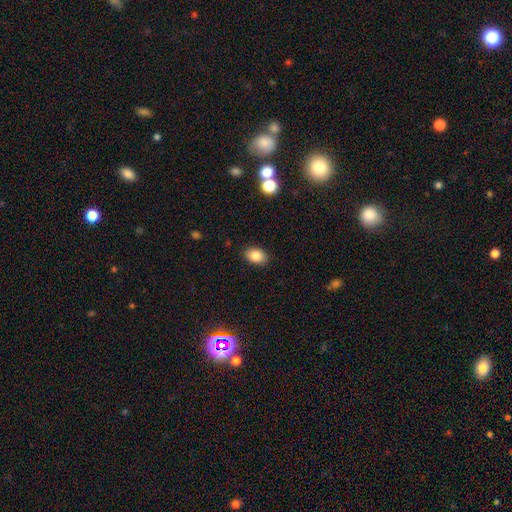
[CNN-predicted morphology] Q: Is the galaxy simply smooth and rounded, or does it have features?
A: smooth — 85%.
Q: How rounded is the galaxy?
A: in between — 83%.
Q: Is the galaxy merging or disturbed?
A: none — 88%.